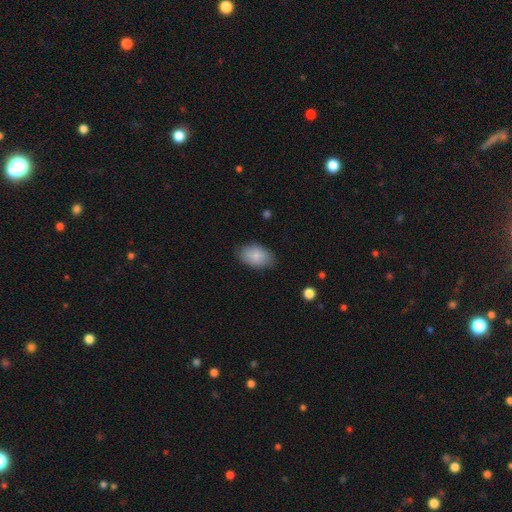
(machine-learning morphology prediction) Overall: smooth (85%). How rounded: in between (92%). Merging: none (81%).